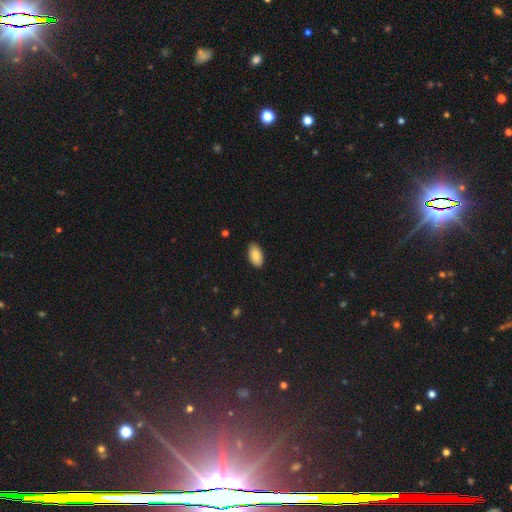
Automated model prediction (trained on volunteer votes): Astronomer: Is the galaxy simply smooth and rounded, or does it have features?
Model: smooth — 86%.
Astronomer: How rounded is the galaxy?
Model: in between — 95%.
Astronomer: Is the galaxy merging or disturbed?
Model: none — 87%.